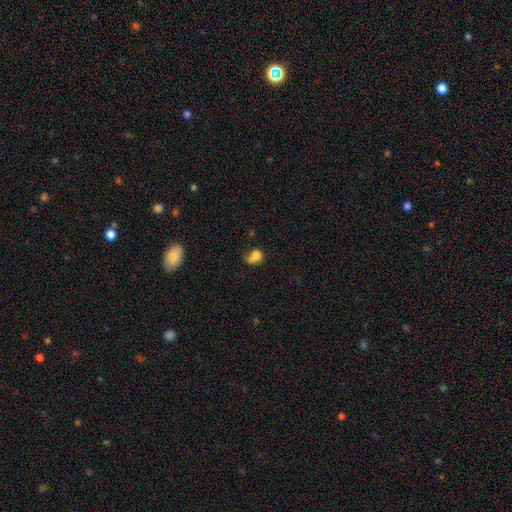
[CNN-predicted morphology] Smooth or featured? Predicted: smooth (p=0.73). How rounded? Predicted: round (p=0.51). Merging? Predicted: merger (p=0.31).